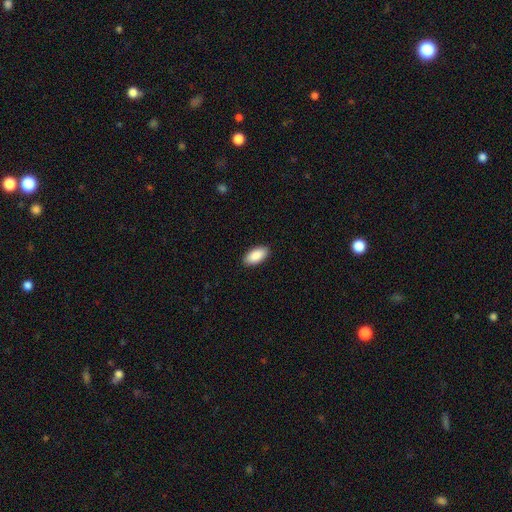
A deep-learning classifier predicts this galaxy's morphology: smooth-or-featured: smooth: 90% | star or artifact: 6% | featured or disk: 5%
  how-rounded: in between: 94% | cigar-shaped: 4% | round: 2%
  merging: none: 90% | minor disturbance: 7% | major disturbance: 2% | merger: 1%